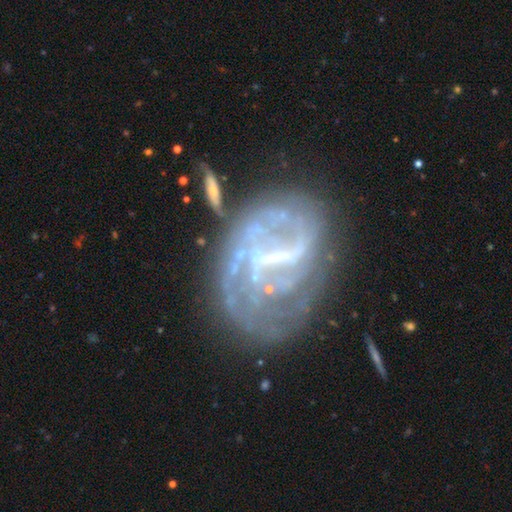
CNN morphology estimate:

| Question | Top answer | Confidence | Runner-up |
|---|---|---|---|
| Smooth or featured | featured or disk | 82% | smooth (9%) |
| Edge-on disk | no | 97% | yes (3%) |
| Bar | strong | 51% | weak (34%) |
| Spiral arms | yes | 75% | no (25%) |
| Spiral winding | medium | 37% | tight (34%) |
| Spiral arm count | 2 | 36% | can't tell (35%) |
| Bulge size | small | 41% | none (40%) |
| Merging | none | 49% | major disturbance (24%) |